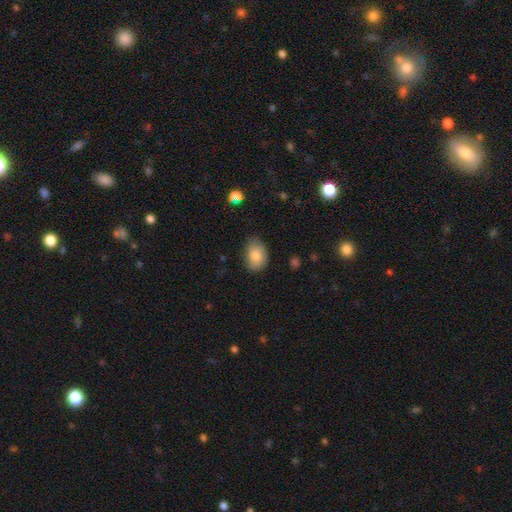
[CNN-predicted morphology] smooth-or-featured: smooth: 83% | featured or disk: 10% | star or artifact: 7%
  how-rounded: in between: 82% | round: 16% | cigar-shaped: 1%
  merging: none: 75% | minor disturbance: 20% | major disturbance: 4% | merger: 1%